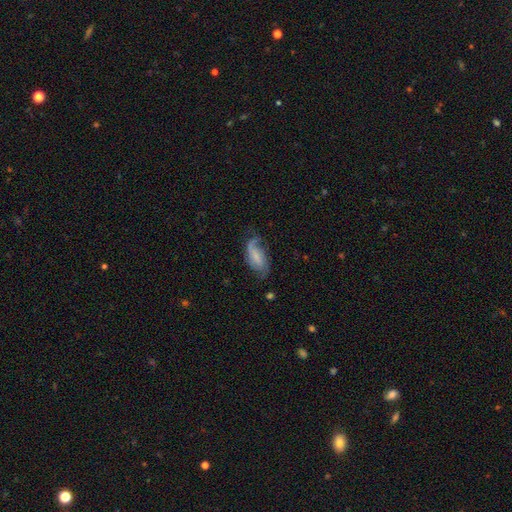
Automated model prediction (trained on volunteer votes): The model was most divided on "smooth or featured": featured or disk: 51%, smooth: 42%, star or artifact: 8%. Remaining: edge-on disk — no (93%); merging — none (48%).